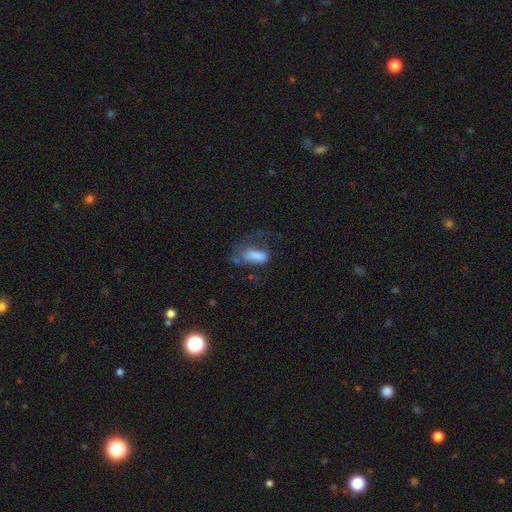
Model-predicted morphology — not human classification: A smooth galaxy with no disk features (73%) that is in between round and cigar-shaped (82%). Merging: major disturbance (41%).